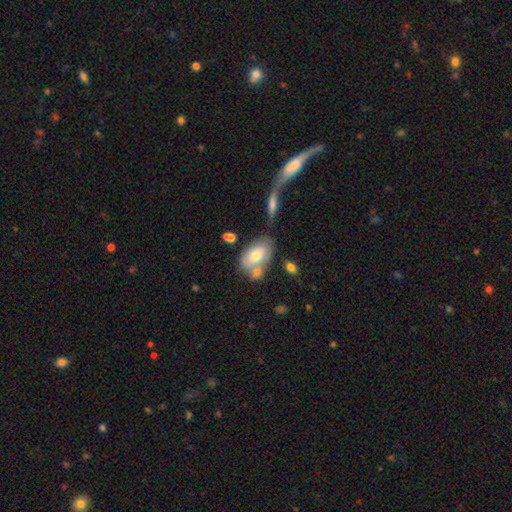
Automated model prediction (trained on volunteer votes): Smooth or featured?
  - smooth: 66% *
  - featured or disk: 27%
  - star or artifact: 7%
How rounded?
  - in between: 91% *
  - round: 7%
  - cigar-shaped: 3%
Merging?
  - none: 47% *
  - merger: 29%
  - minor disturbance: 17%
  - major disturbance: 7%